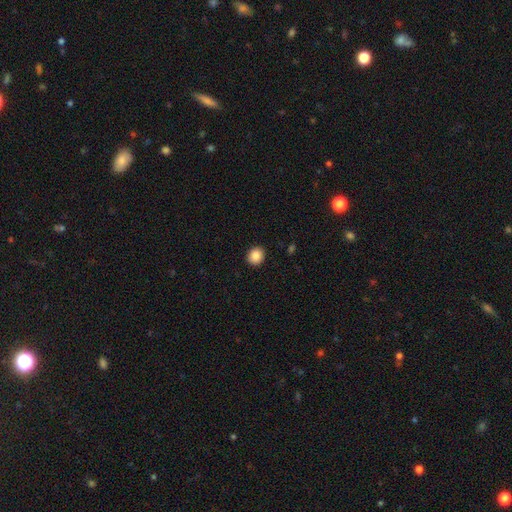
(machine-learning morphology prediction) smooth 86%, star or artifact 9%, featured or disk 5%. Down the decision tree: how rounded — round (81%); merging — none (92%).